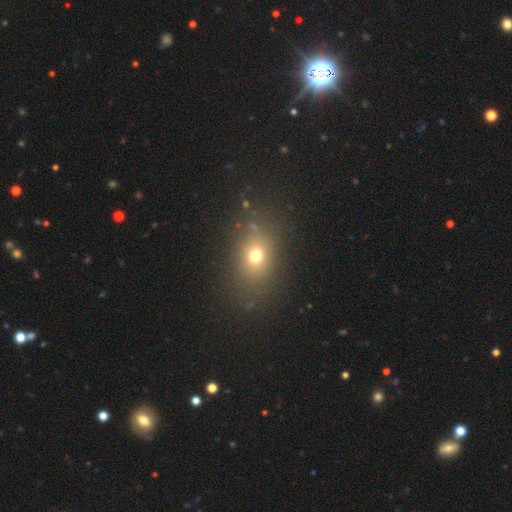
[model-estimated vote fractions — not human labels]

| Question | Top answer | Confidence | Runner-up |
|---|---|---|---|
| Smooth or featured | smooth | 70% | star or artifact (18%) |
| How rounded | in between | 59% | round (39%) |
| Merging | none | 81% | minor disturbance (11%) |